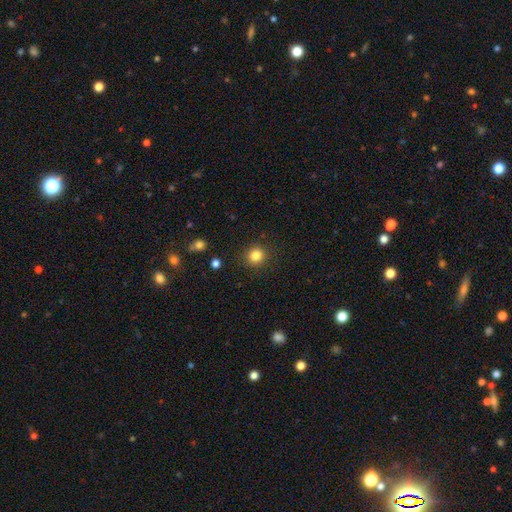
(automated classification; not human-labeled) A smooth galaxy with no disk features (83%) that is round (89%).

Vote fractions:
- Smooth or featured? smooth: 83% / star or artifact: 12% / featured or disk: 5%
- How rounded? round: 89% / in between: 10% / cigar-shaped: 1%
- Merging? none: 89% / minor disturbance: 7% / major disturbance: 3% / merger: 1%